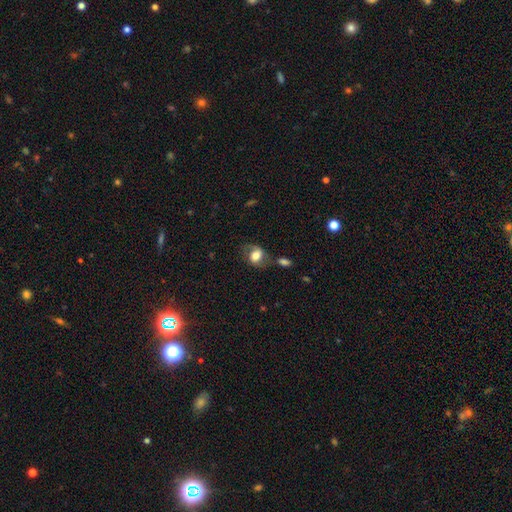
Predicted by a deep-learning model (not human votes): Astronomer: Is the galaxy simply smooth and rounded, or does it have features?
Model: smooth — 62%.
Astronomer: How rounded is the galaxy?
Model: in between — 64%.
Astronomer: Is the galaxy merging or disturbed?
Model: none — 55%.